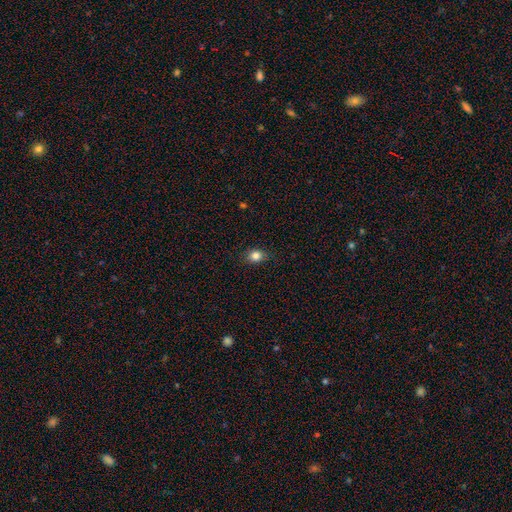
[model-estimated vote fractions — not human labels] smooth_or_featured: smooth (p=0.82) [alt: star or artifact p=0.12]
how_rounded: round (p=0.57) [alt: in between p=0.42]
merging: none (p=0.85) [alt: minor disturbance p=0.12]